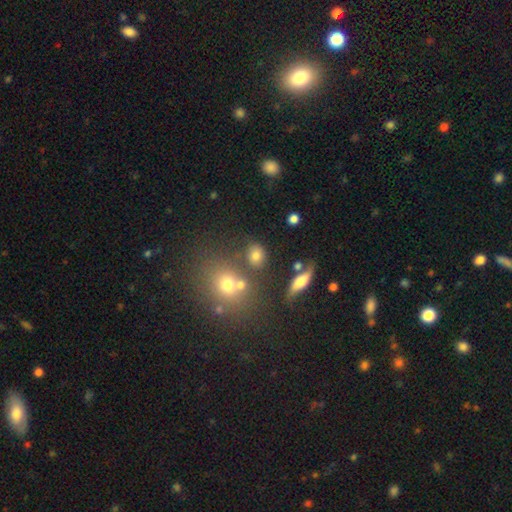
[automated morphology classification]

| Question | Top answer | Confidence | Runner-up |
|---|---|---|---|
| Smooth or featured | smooth | 74% | star or artifact (15%) |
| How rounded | round | 54% | in between (43%) |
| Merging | none | 71% | minor disturbance (13%) |